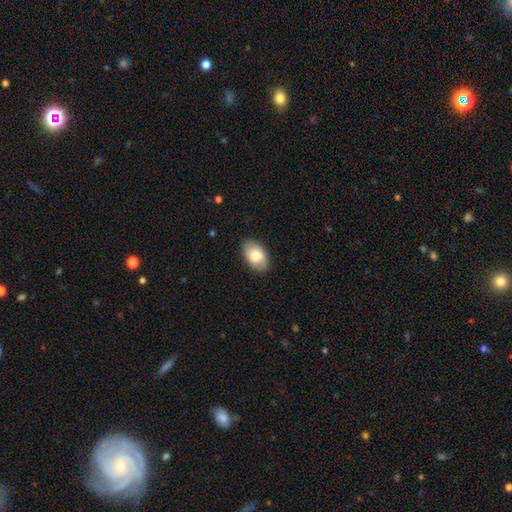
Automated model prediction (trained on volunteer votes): Overall: smooth (79%). How rounded: in between (92%). Merging: none (86%).